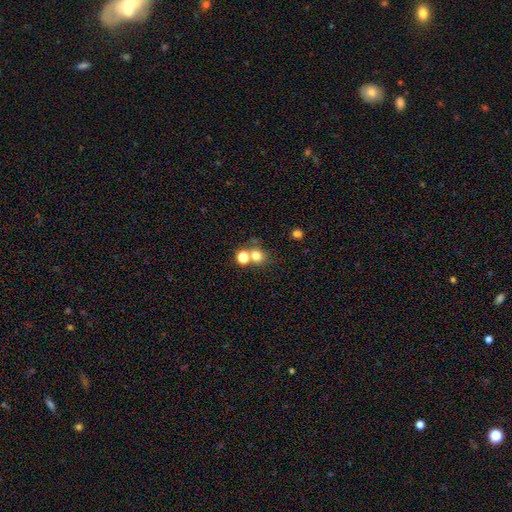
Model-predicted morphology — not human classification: type=smooth (74%); roundness=round (80%); merging=none (57%).